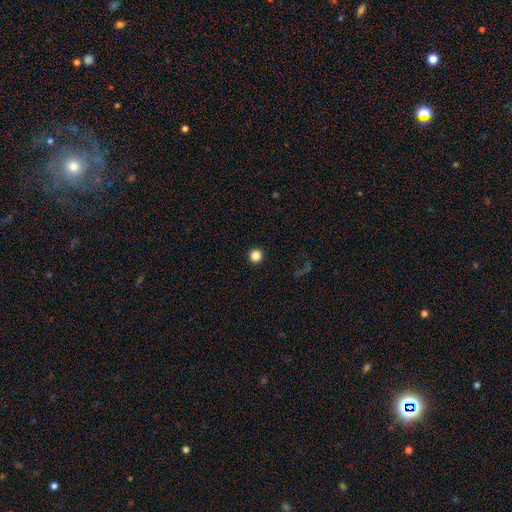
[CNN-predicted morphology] Smooth or featured: smooth — 85% (star or artifact — 11%)
How rounded: round — 95% (in between — 4%)
Merging: none — 93% (minor disturbance — 4%)